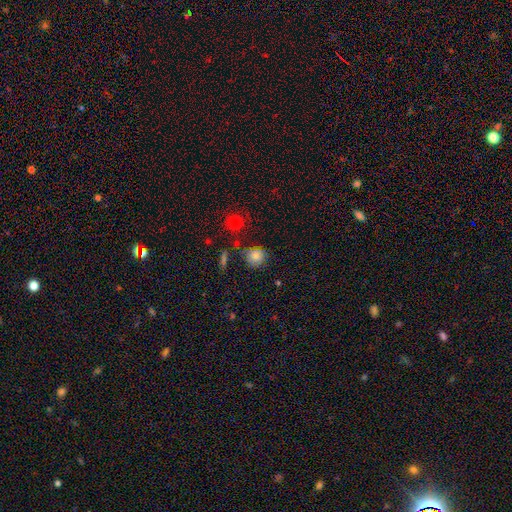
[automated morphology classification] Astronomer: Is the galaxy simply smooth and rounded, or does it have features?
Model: smooth — 83%.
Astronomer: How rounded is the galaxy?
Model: round — 87%.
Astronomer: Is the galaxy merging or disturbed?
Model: none — 76%.